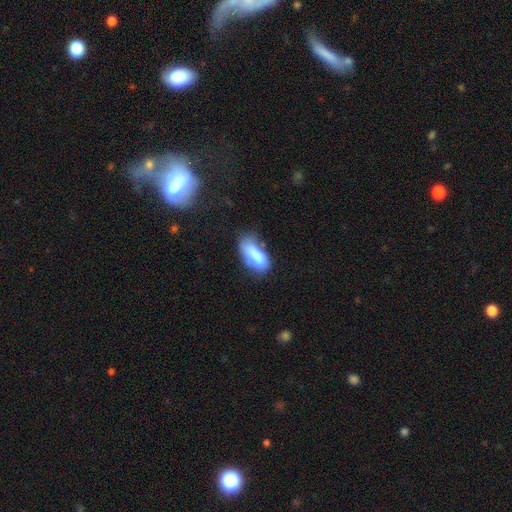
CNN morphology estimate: Smooth or featured: smooth — 78% (featured or disk — 14%)
How rounded: in between — 84% (cigar-shaped — 13%)
Merging: none — 48% (minor disturbance — 31%)